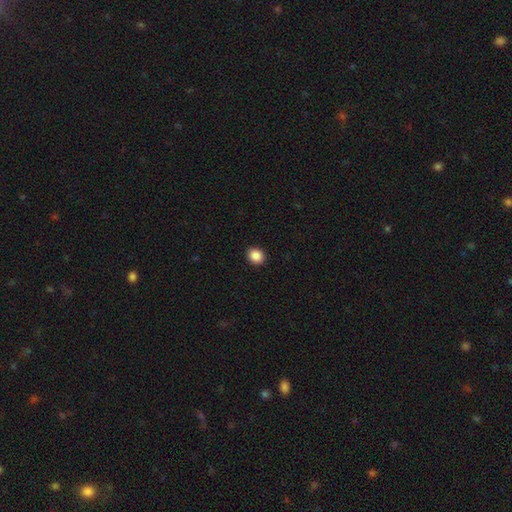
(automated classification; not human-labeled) Morphology: type=smooth (88%); roundness=round (70%); merging=none (92%).